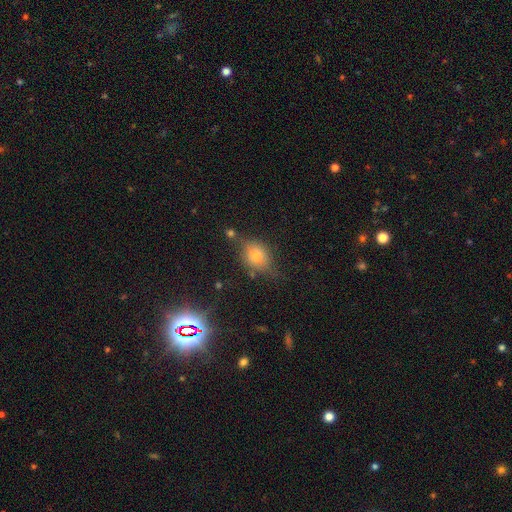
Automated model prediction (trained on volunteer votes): smooth-or-featured: smooth: 61% | featured or disk: 21% | star or artifact: 18%
  how-rounded: round: 53% | in between: 44% | cigar-shaped: 3%
  merging: none: 61% | minor disturbance: 25% | major disturbance: 9% | merger: 5%